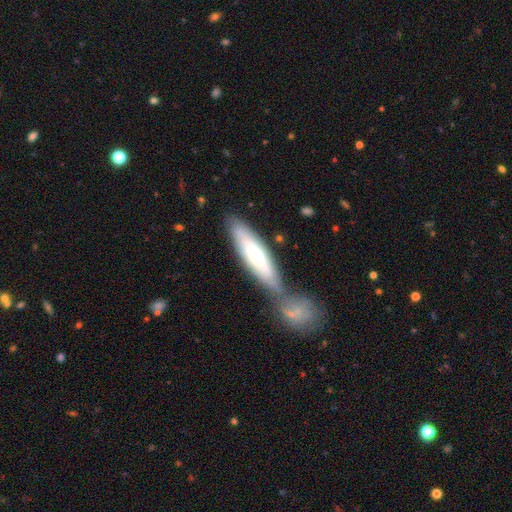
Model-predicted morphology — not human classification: This is likely a smooth galaxy (61%). How rounded: likely cigar-shaped (67%). Merging: possibly none (50%).